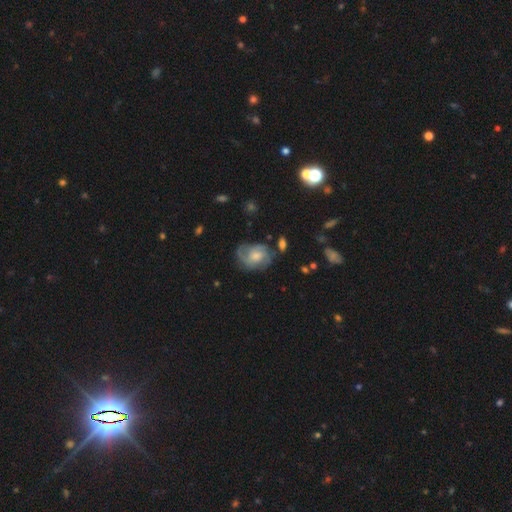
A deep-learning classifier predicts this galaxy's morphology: This is likely a featured or disk galaxy (66%). It is clearly not viewed edge-on (97%). Bar: likely no (65%). Spiral arm pattern: clearly yes (87%). Spiral arm count: possibly 2 (48%). Spiral winding: marginally medium (44%). Central bulge: possibly moderate (45%). Merging: likely none (61%).